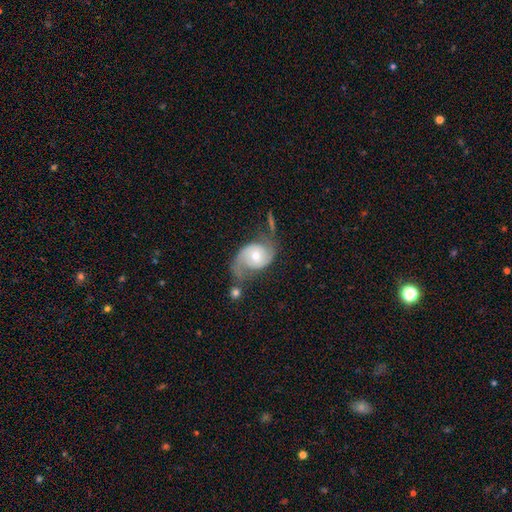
A featured or disk galaxy (85%) with no bar (74%), 2 (65%) loose (48%) spiral arms (74%) and a moderate central bulge (61%).

Vote fractions:
- Smooth or featured? featured or disk: 85% / star or artifact: 10% / smooth: 5%
- Edge-on disk? no: 94% / yes: 6%
- Bar? no: 74% / weak: 26% / strong: 0%
- Spiral arms? yes: 74% / no: 26%
- Spiral winding? loose: 48% / medium: 43% / tight: 9%
- Spiral arm count? 2: 65% / 1: 22% / can't tell: 13% / 3: 0% / 4: 0% / more than 4: 0%
- Bulge size? moderate: 61% / small: 32% / dominant: 3% / large: 3% / none: 0%
- Merging? none: 37% / minor disturbance: 29% / major disturbance: 20% / merger: 14%